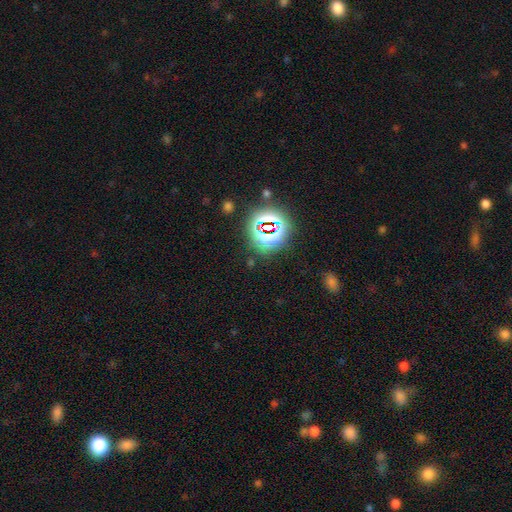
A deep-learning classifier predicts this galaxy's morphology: Smooth or featured: star or artifact — 76% (smooth — 16%)